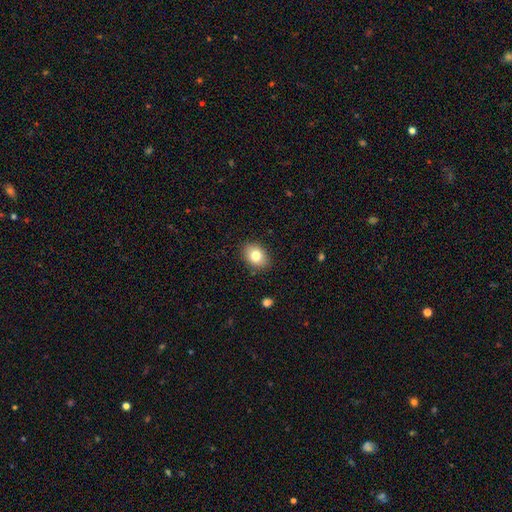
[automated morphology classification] Smooth or featured?
  - smooth: 80% *
  - featured or disk: 11%
  - star or artifact: 9%
How rounded?
  - in between: 73% *
  - round: 26%
  - cigar-shaped: 1%
Merging?
  - none: 87% *
  - minor disturbance: 10%
  - major disturbance: 2%
  - merger: 1%